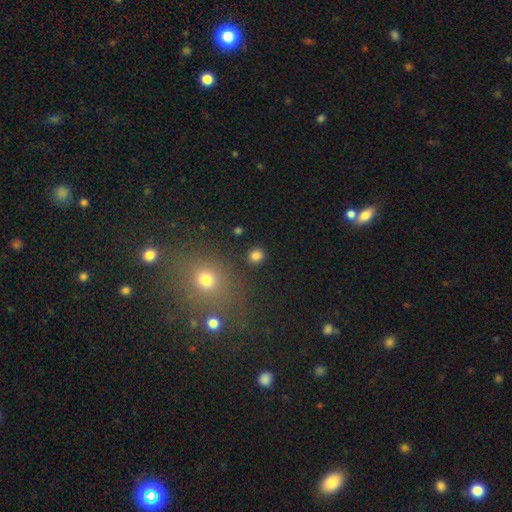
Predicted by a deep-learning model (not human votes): Overall: smooth (82%). How rounded: round (87%). Merging: none (89%).